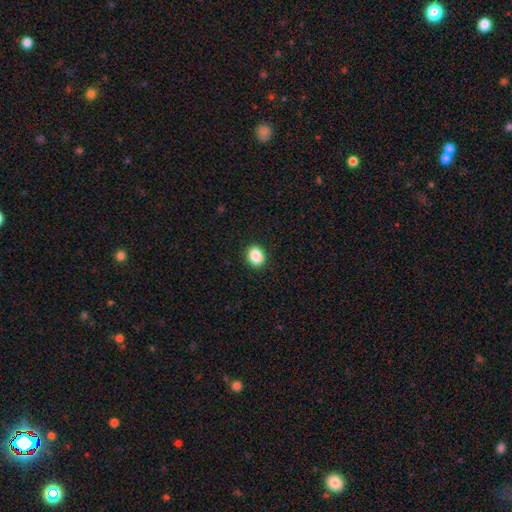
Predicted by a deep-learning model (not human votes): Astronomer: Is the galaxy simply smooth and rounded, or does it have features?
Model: smooth — 87%.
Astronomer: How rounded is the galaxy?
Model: round — 56% (runner-up: in between, 43%).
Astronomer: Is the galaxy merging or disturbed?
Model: none — 90%.